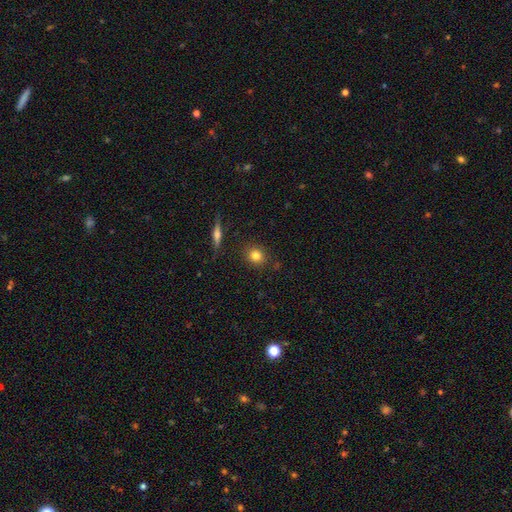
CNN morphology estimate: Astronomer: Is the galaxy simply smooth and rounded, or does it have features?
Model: smooth — 80%.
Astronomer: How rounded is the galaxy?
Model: round — 82%.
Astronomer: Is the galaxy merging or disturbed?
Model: none — 87%.